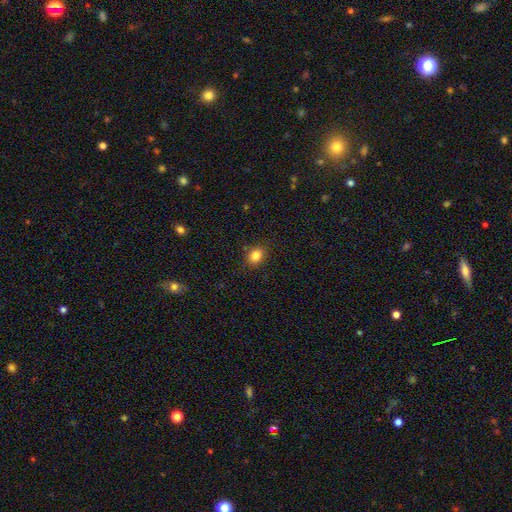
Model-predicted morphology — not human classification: This appears to be a smooth galaxy with no disk features (83%) that is round (56%). Merging: none (87%).